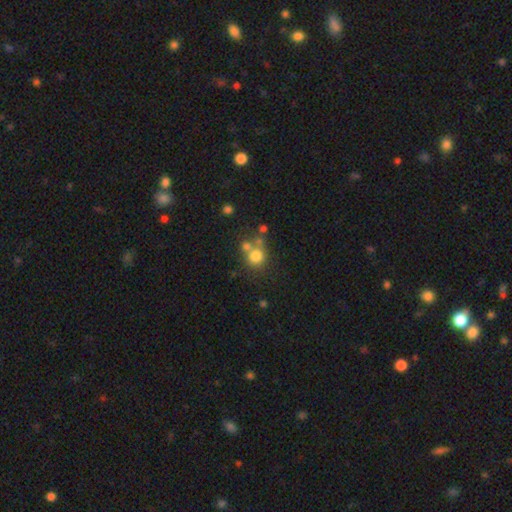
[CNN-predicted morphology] smooth-or-featured: smooth: 74% | star or artifact: 14% | featured or disk: 12%
  how-rounded: round: 86% | in between: 13% | cigar-shaped: 1%
  merging: none: 53% | merger: 31% | minor disturbance: 10% | major disturbance: 5%